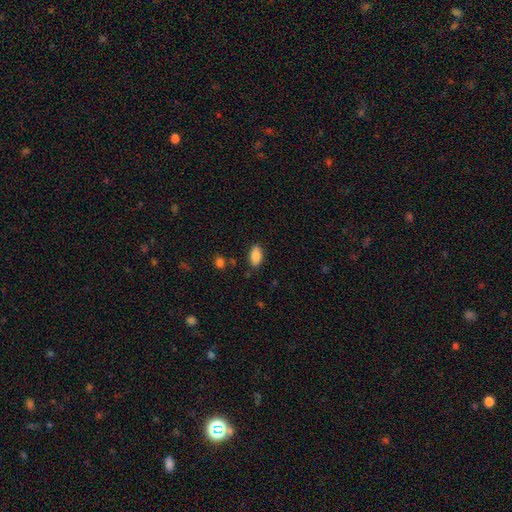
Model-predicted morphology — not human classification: Smooth or featured?
  - smooth: 86% *
  - star or artifact: 7%
  - featured or disk: 6%
How rounded?
  - in between: 92% *
  - cigar-shaped: 5%
  - round: 3%
Merging?
  - none: 84% *
  - minor disturbance: 11%
  - major disturbance: 3%
  - merger: 2%